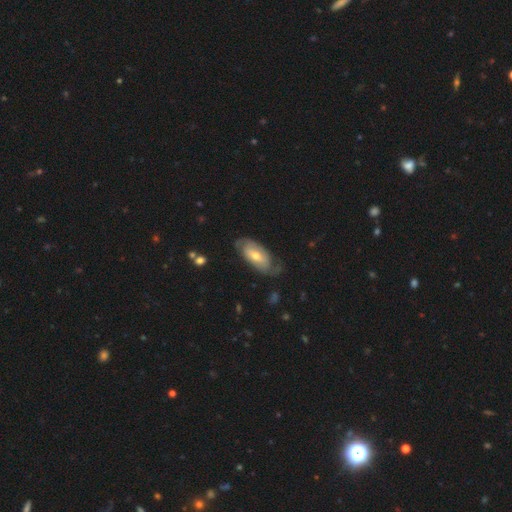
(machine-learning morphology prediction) Smooth or featured? featured or disk (61%)
Edge-on disk? no (90%)
Bar? no (51%)
Spiral arms? yes (78%)
Bulge size? moderate (62%)
Merging? none (63%)